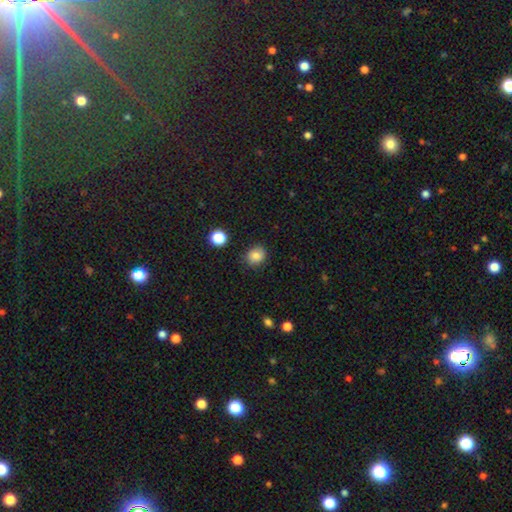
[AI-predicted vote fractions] Smooth or featured?
  - smooth: 83% *
  - star or artifact: 11%
  - featured or disk: 6%
How rounded?
  - round: 68% *
  - in between: 31%
  - cigar-shaped: 1%
Merging?
  - none: 85% *
  - minor disturbance: 11%
  - major disturbance: 3%
  - merger: 2%